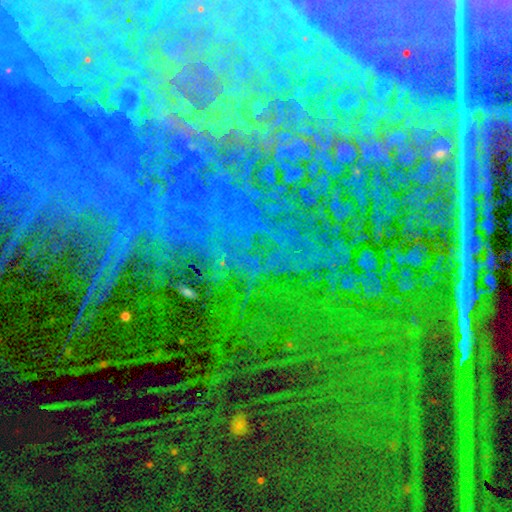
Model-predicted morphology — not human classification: Smooth or featured?
  - star or artifact: 83% *
  - featured or disk: 9%
  - smooth: 8%